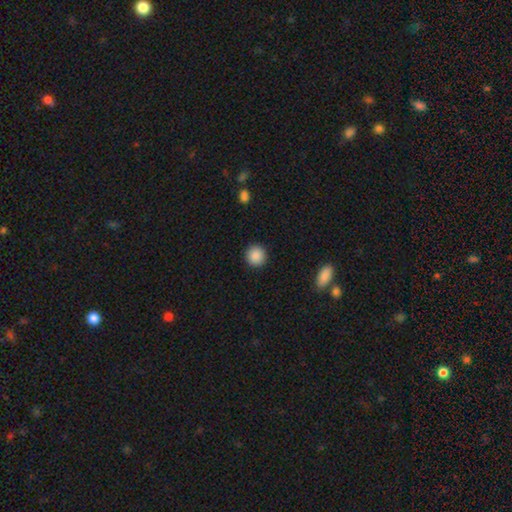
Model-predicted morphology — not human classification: A smooth galaxy with no disk features (88%) that is round (93%).

Vote fractions:
- Smooth or featured? smooth: 88% / star or artifact: 8% / featured or disk: 4%
- How rounded? round: 93% / in between: 6% / cigar-shaped: 1%
- Merging? none: 92% / minor disturbance: 5% / major disturbance: 2% / merger: 1%